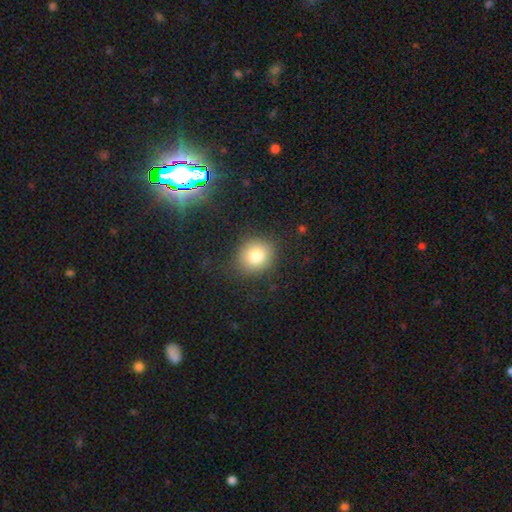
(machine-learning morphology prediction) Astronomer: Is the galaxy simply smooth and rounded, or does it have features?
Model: smooth — 80%.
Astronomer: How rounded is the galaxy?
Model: round — 82%.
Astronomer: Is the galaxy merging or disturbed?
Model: none — 85%.